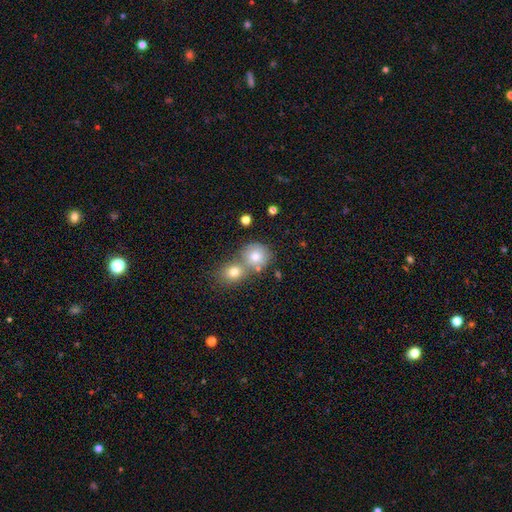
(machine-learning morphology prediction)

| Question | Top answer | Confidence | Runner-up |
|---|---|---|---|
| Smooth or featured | smooth | 77% | featured or disk (12%) |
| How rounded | round | 82% | in between (17%) |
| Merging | merger | 45% | none (43%) |